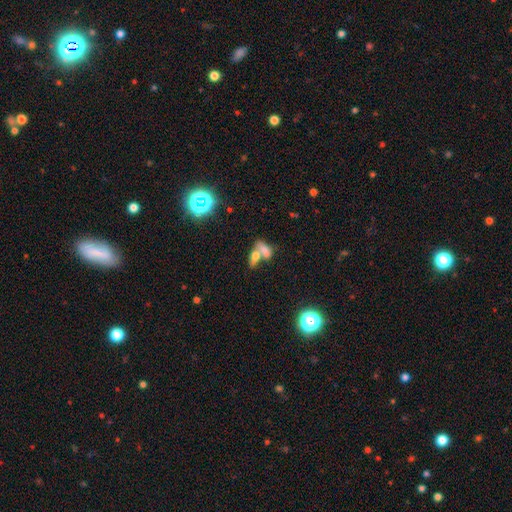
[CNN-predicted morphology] smooth_or_featured: smooth (p=0.63) [alt: featured or disk p=0.22]
how_rounded: in between (p=0.75) [alt: cigar-shaped p=0.17]
merging: merger (p=0.65) [alt: none p=0.24]